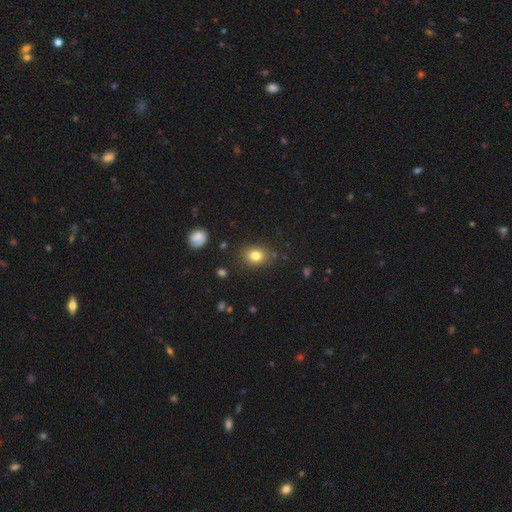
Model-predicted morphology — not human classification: This appears to be a smooth galaxy with no disk features (81%) that is in between round and cigar-shaped (52%). Merging: none (84%).